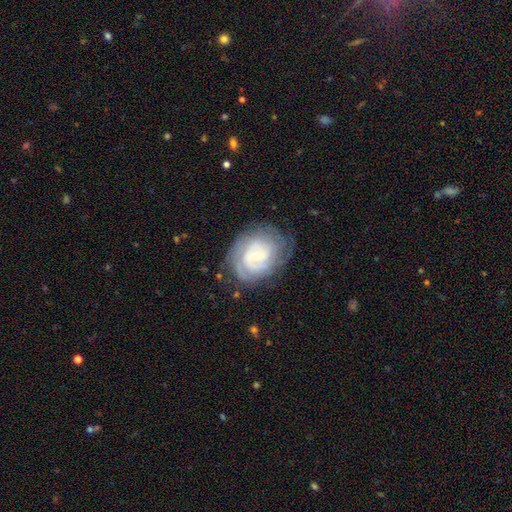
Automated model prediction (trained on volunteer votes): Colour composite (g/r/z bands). It shows a featured or disk galaxy (79%) with no bar (54%), tight (72%) spiral arms (92%) and a small central bulge (68%). Merging: none (74%).